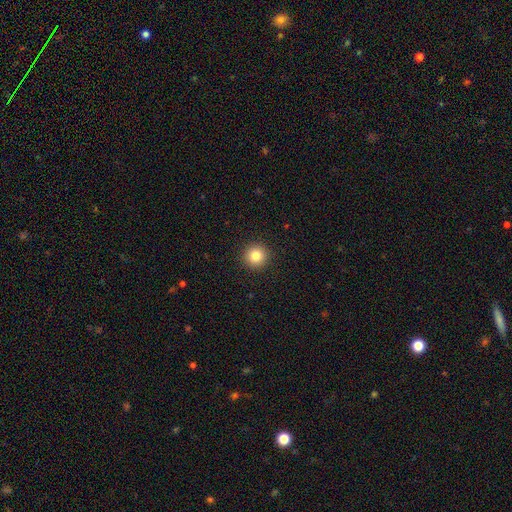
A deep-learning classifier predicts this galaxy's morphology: A smooth galaxy with no disk features (84%) that is round (95%). Merging: none (93%).